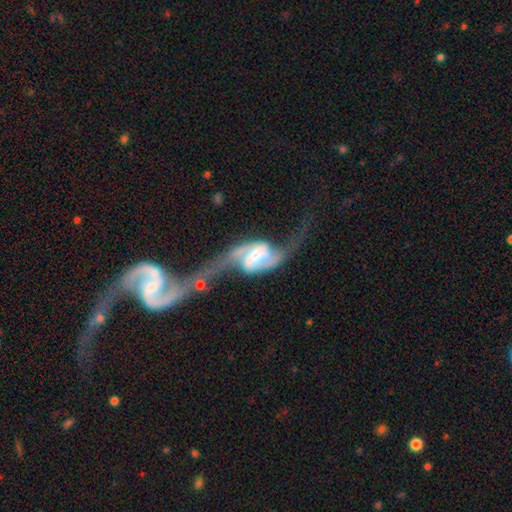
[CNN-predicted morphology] A featured or disk galaxy (90%) with a strong bar (50%), 2 (93%) loose (76%) spiral arms (95%) and a small central bulge (51%). Merging: none (34%).